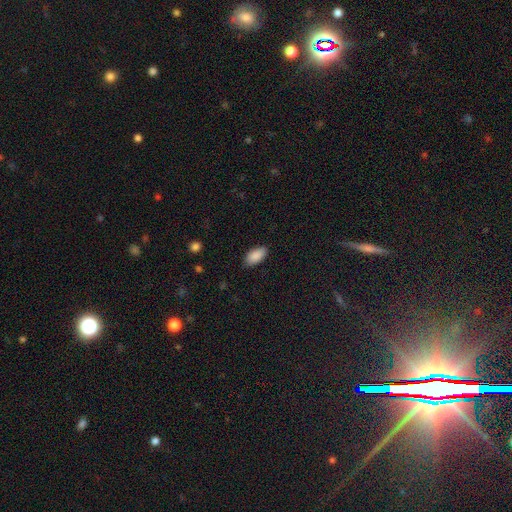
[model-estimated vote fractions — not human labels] This appears to be a smooth galaxy with no disk features (89%) that is in between round and cigar-shaped (93%). Merging: none (83%).